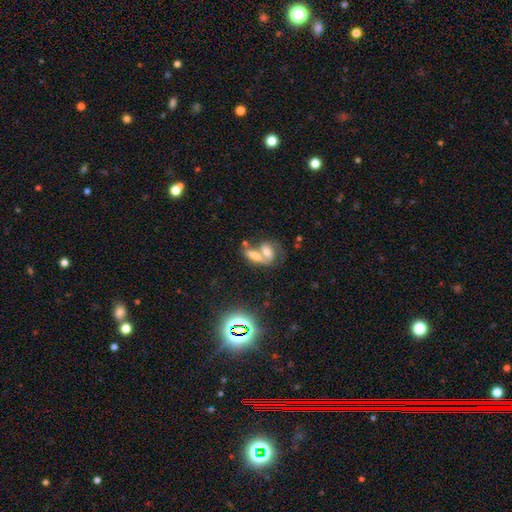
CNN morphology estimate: type=smooth (51%); roundness=in between (74%); merging=merger (68%).